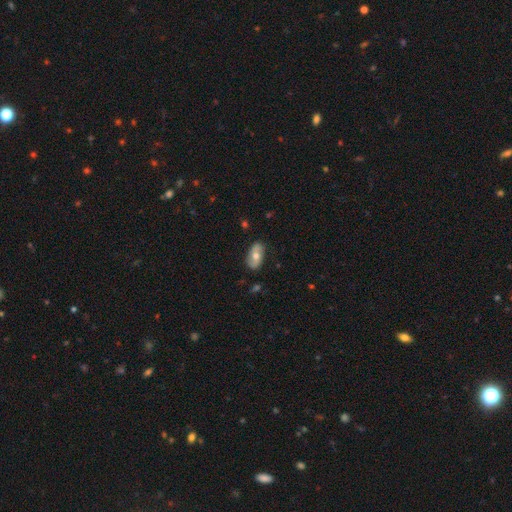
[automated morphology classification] This appears to be a smooth galaxy with no disk features (49%). Merging: none (82%).